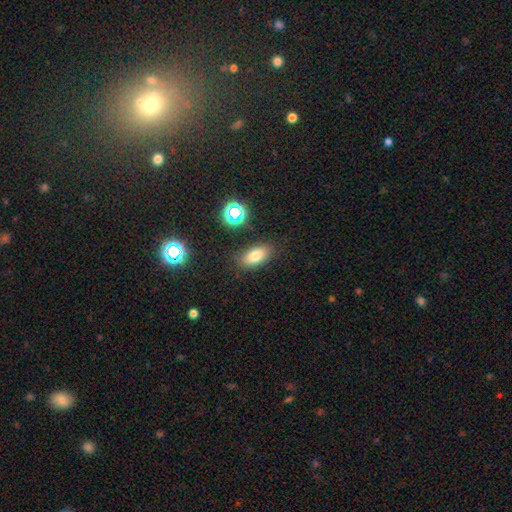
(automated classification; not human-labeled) Smooth or featured: smooth — 76% (star or artifact — 14%)
How rounded: in between — 87% (round — 7%)
Merging: none — 83% (minor disturbance — 11%)